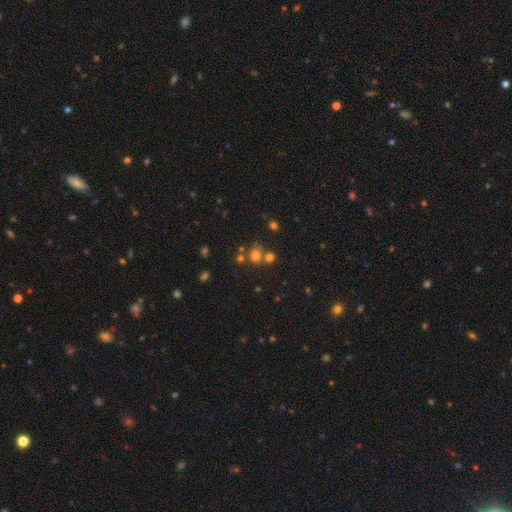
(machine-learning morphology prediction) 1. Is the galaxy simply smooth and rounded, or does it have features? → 65% smooth, 23% star or artifact, 12% featured or disk.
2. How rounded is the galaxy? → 81% round, 18% in between, 1% cigar-shaped.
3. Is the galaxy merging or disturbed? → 53% none, 33% merger, 10% minor disturbance, 5% major disturbance.